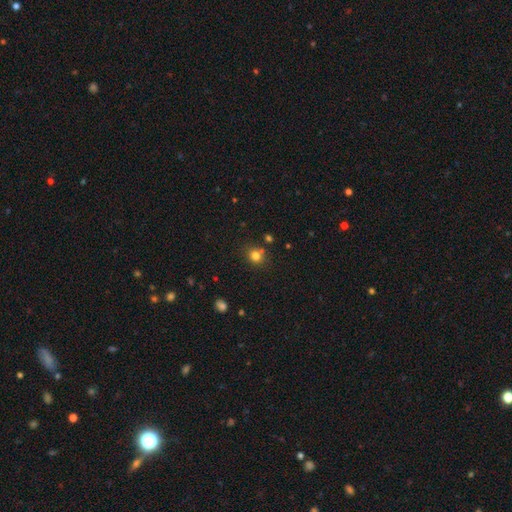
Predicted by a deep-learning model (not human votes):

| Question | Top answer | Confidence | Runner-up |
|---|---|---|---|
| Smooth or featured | smooth | 79% | star or artifact (15%) |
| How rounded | round | 81% | in between (18%) |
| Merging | none | 73% | minor disturbance (12%) |